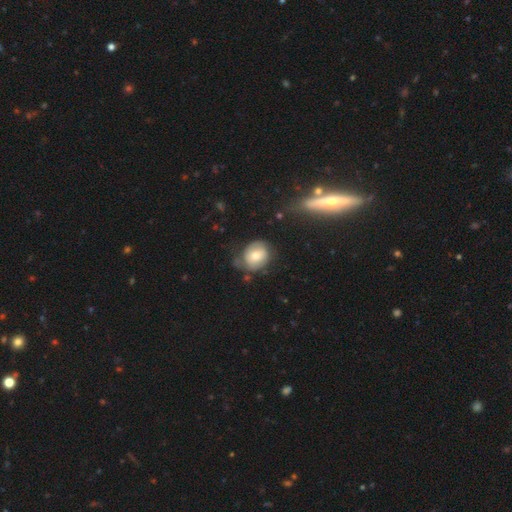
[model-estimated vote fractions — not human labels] Morphology: type=smooth (64%); roundness=round (67%); merging=none (59%).